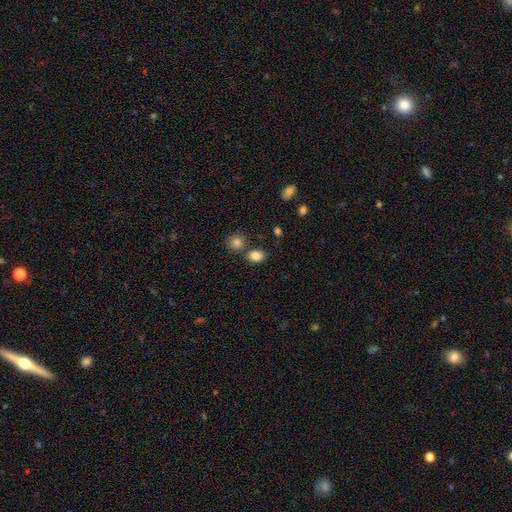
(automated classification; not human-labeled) This is clearly a smooth galaxy (84%). How rounded: likely in between (71%). Merging: likely none (70%).